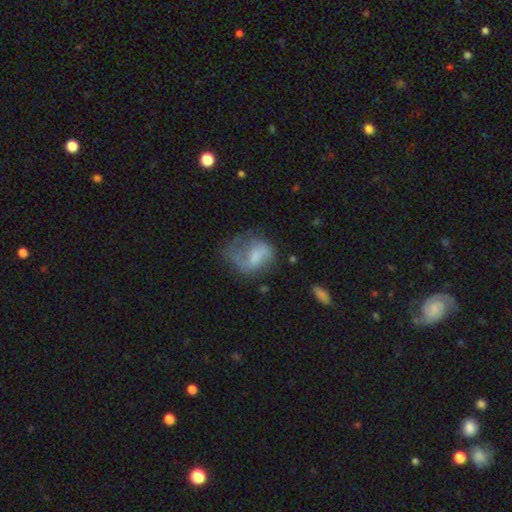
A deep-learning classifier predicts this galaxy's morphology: Overall: featured or disk (50%; smooth 41%). Edge-on disk: no (97%). Merging: major disturbance (36%; none 35%).